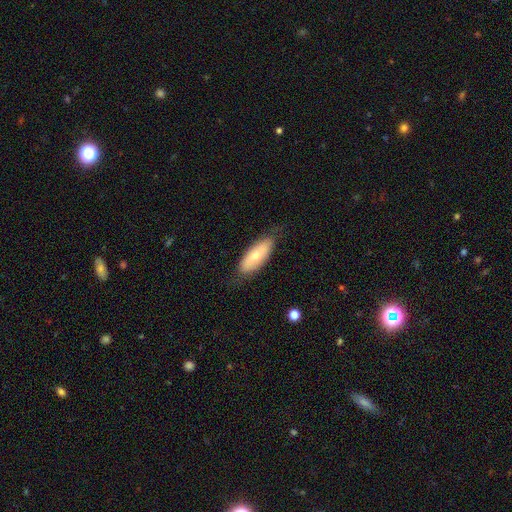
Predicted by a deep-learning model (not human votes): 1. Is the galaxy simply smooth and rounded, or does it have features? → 65% smooth, 29% featured or disk, 6% star or artifact.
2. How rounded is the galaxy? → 76% in between, 22% cigar-shaped, 2% round.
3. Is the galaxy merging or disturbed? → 74% none, 20% minor disturbance, 5% major disturbance, 1% merger.